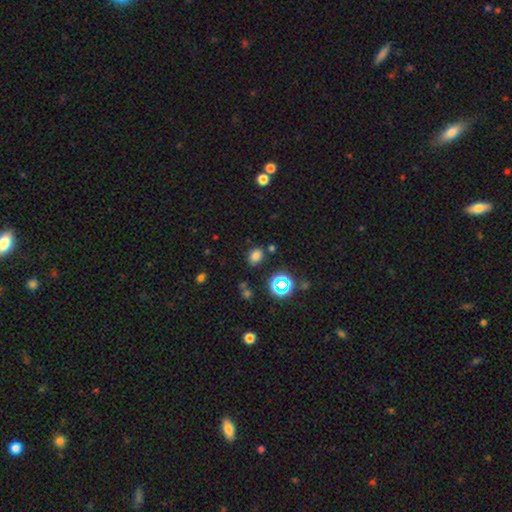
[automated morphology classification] Smooth or featured? smooth (73%)
How rounded? in between (62%)
Merging? none (78%)